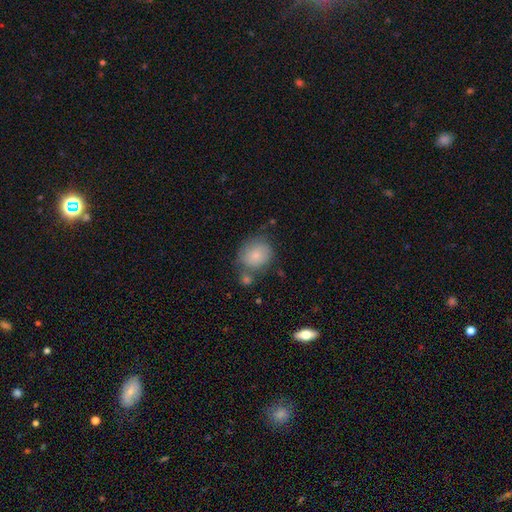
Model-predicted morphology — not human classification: This is likely a smooth galaxy (77%). How rounded: likely round (75%). Merging: possibly none (60%).